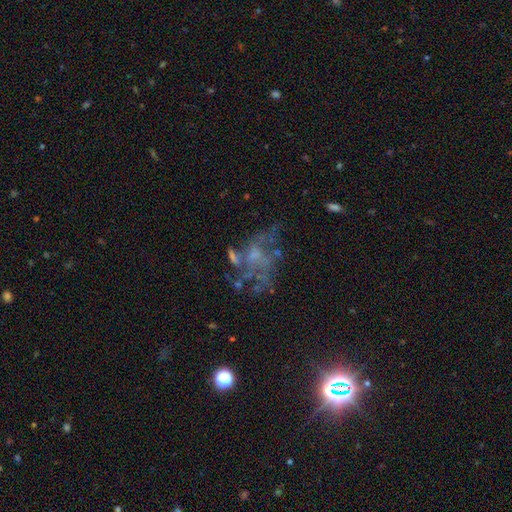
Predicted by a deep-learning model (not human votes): This appears to be a featured or disk galaxy (63%) with no bar (82%), no spiral arms (70%) and no central bulge (48%). Merging: none (36%, tied with major disturbance).